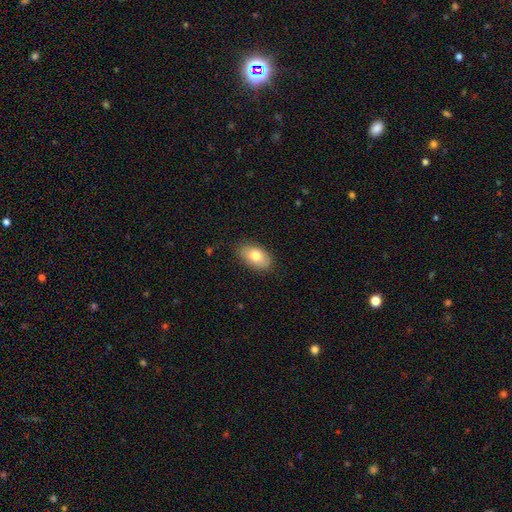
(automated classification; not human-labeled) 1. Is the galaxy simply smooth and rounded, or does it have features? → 77% smooth, 16% featured or disk, 7% star or artifact.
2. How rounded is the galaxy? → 91% in between, 8% round, 2% cigar-shaped.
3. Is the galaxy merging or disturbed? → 84% none, 13% minor disturbance, 3% major disturbance, 1% merger.